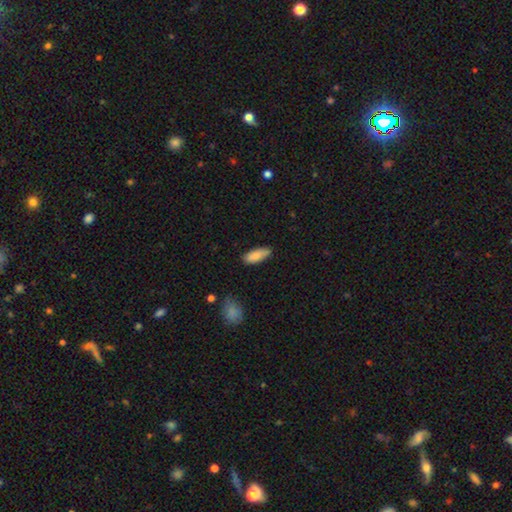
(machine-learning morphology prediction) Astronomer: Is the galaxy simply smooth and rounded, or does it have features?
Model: smooth — 85%.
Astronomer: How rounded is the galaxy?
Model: in between — 76%.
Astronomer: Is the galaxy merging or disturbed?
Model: none — 75%.